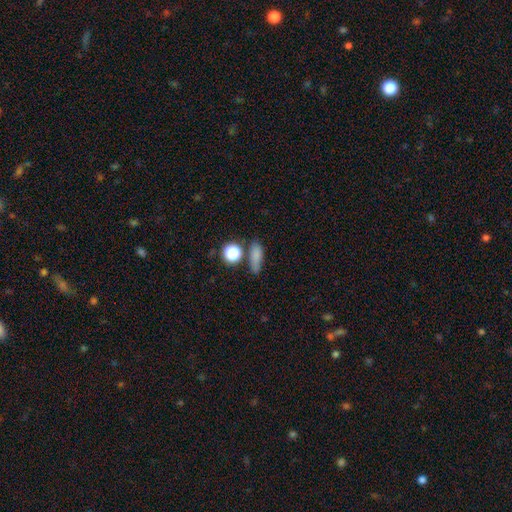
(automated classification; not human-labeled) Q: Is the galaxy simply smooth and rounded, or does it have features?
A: smooth — 76%.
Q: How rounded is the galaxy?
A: in between — 53%.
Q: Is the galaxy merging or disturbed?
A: none — 64%.